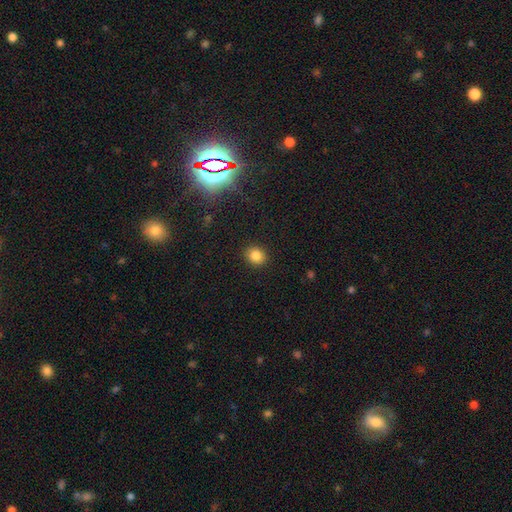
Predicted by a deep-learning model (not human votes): smooth 83%, star or artifact 11%, featured or disk 5%. Down the decision tree: how rounded — round (73%); merging — none (90%).